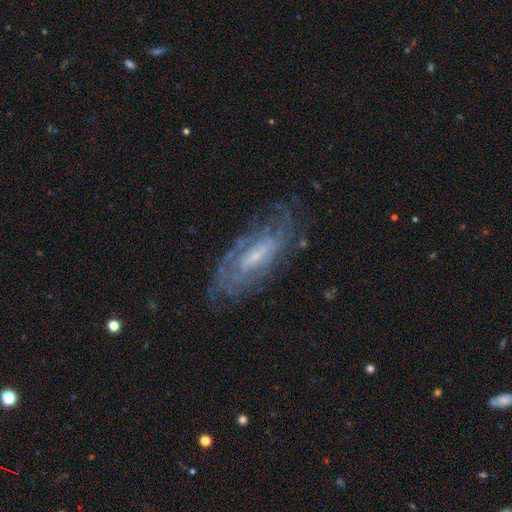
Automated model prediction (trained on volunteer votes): A featured or disk galaxy (77%) with no bar (47%), tight (62%) spiral arms (82%) and a small central bulge (68%).

Vote fractions:
- Smooth or featured? featured or disk: 77% / smooth: 15% / star or artifact: 8%
- Edge-on disk? no: 86% / yes: 14%
- Bar? no: 47% / weak: 41% / strong: 13%
- Spiral arms? yes: 82% / no: 18%
- Spiral winding? tight: 62% / medium: 29% / loose: 9%
- Spiral arm count? can't tell: 61% / 2: 16% / 3: 8% / 4: 7% / more than 4: 4% / 1: 4%
- Bulge size? small: 68% / moderate: 21% / none: 7% / large: 2% / dominant: 1%
- Merging? none: 72% / minor disturbance: 18% / major disturbance: 8% / merger: 2%